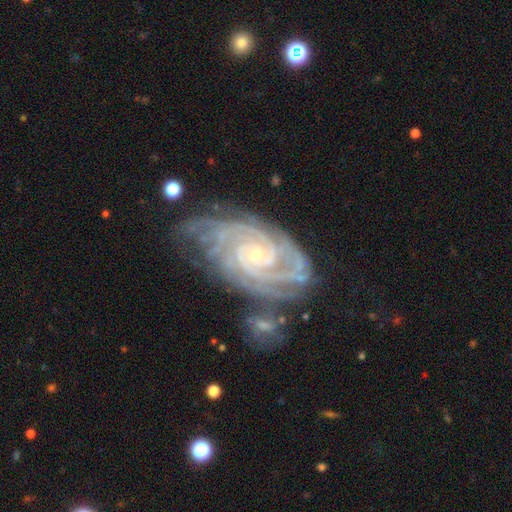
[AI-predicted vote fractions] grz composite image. It shows a featured or disk galaxy (92%) with no bar (69%), 4 (23%) tight (81%) spiral arms (99%) and a small central bulge (76%). Merging: none (56%).